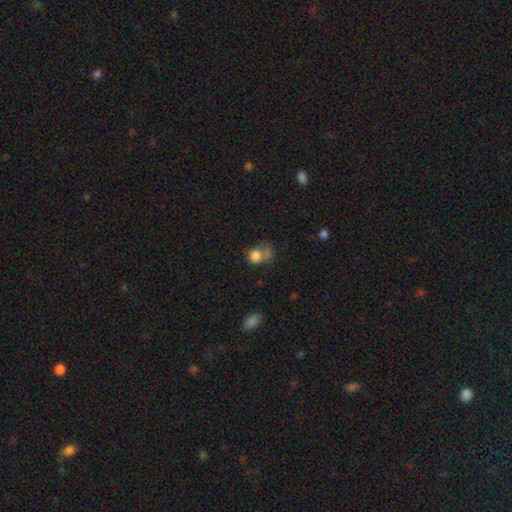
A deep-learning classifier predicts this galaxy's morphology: Smooth or featured?
  - smooth: 79% *
  - star or artifact: 12%
  - featured or disk: 10%
How rounded?
  - round: 68% *
  - in between: 31%
  - cigar-shaped: 1%
Merging?
  - none: 38% *
  - merger: 22%
  - minor disturbance: 22%
  - major disturbance: 18%